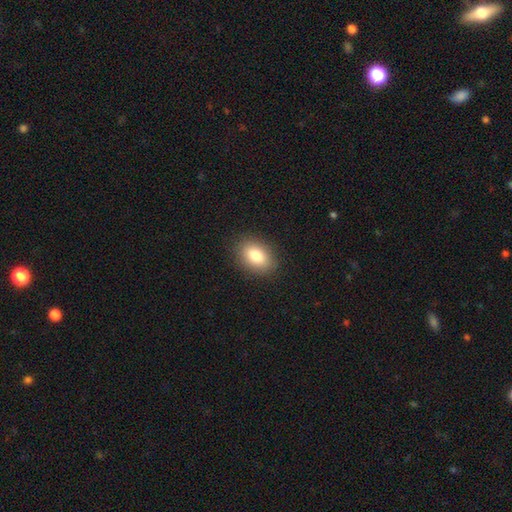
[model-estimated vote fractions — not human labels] smooth_or_featured: smooth (p=0.82) [alt: featured or disk p=0.10]
how_rounded: in between (p=0.82) [alt: round p=0.16]
merging: none (p=0.88) [alt: minor disturbance p=0.08]